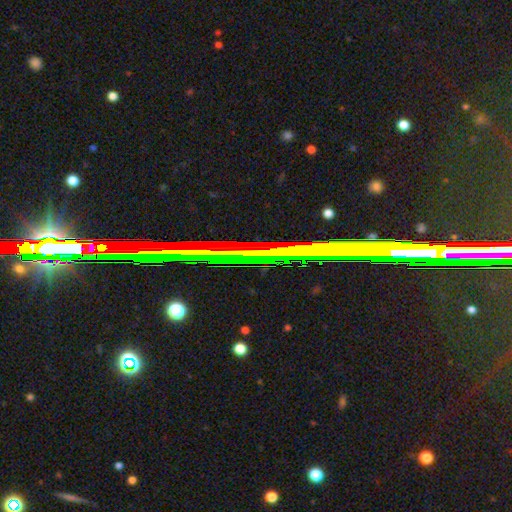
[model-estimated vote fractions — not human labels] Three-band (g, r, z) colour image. It shows a star or artifact, not a galaxy (71%).